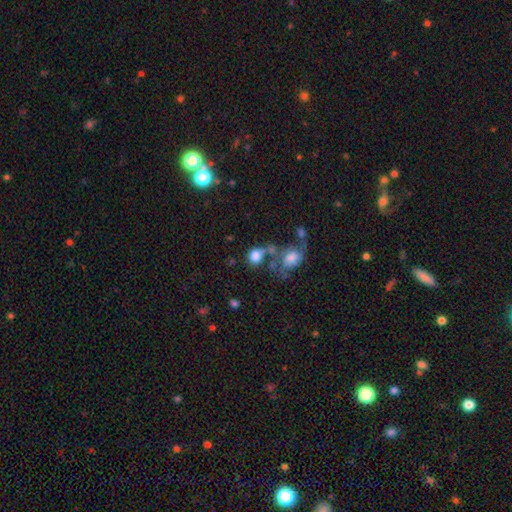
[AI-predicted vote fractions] Smooth or featured?
  - smooth: 76% *
  - featured or disk: 14%
  - star or artifact: 10%
How rounded?
  - round: 64% *
  - in between: 35%
  - cigar-shaped: 1%
Merging?
  - none: 37% *
  - merger: 35%
  - minor disturbance: 14%
  - major disturbance: 14%